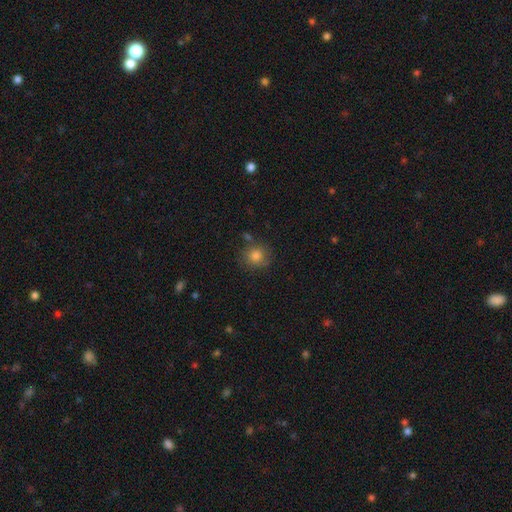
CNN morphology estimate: smooth-or-featured: smooth: 82% | star or artifact: 11% | featured or disk: 8%
  how-rounded: round: 90% | in between: 9% | cigar-shaped: 1%
  merging: none: 76% | minor disturbance: 13% | merger: 6% | major disturbance: 4%